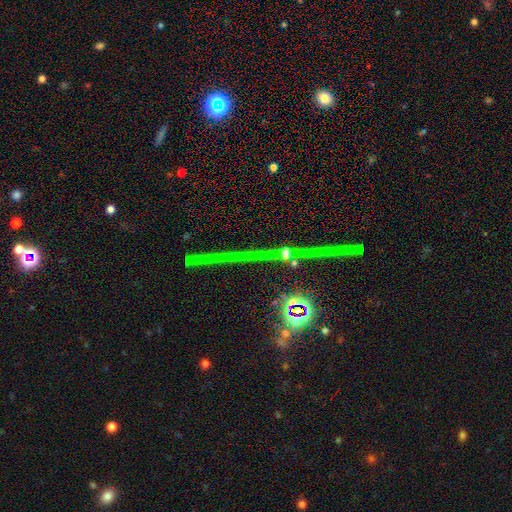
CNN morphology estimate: Smooth or featured? Predicted: star or artifact (p=0.73).